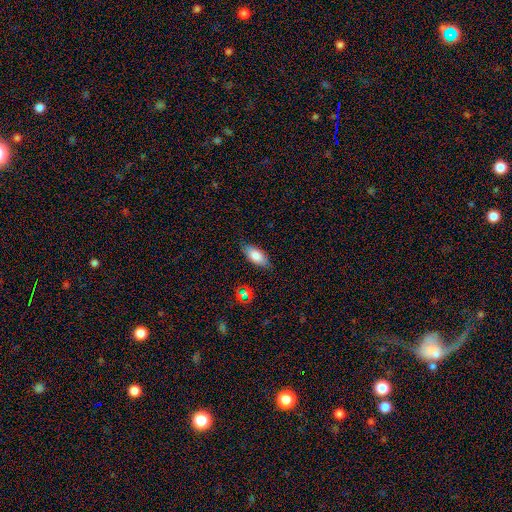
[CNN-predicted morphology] Smooth or featured: smooth — 79% (featured or disk — 12%)
How rounded: in between — 86% (cigar-shaped — 12%)
Merging: none — 81% (minor disturbance — 14%)